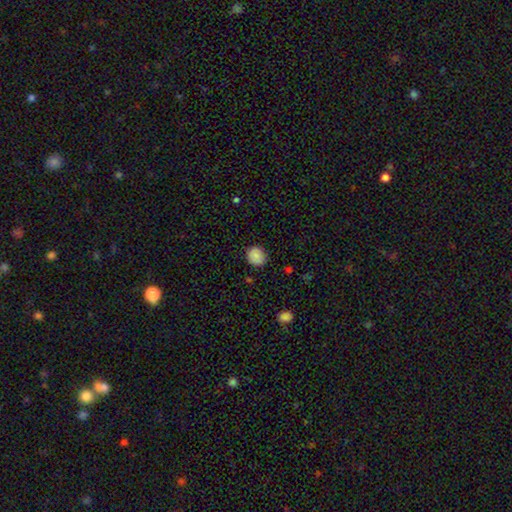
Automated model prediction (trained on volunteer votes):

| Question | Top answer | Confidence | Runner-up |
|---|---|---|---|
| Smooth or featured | smooth | 87% | star or artifact (8%) |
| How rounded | round | 80% | in between (19%) |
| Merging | none | 86% | minor disturbance (10%) |